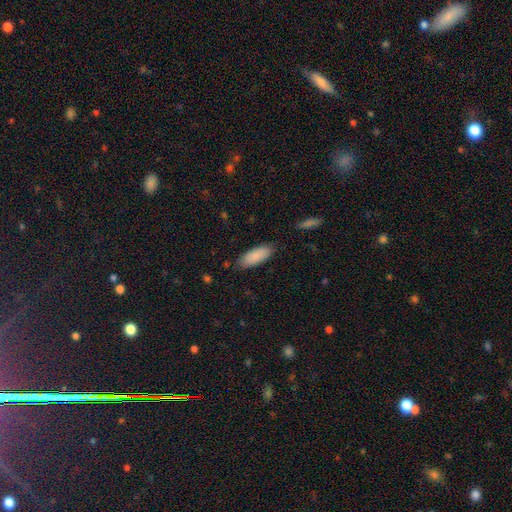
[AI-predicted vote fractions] smooth_or_featured: smooth (p=0.88) [alt: featured or disk p=0.06]
how_rounded: in between (p=0.74) [alt: cigar-shaped p=0.24]
merging: none (p=0.85) [alt: minor disturbance p=0.11]